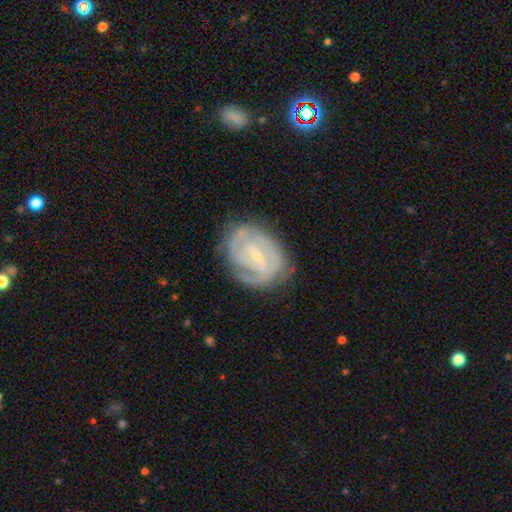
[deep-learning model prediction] featured or disk 84%, smooth 10%, star or artifact 5%. Down the decision tree: edge-on disk — no (97%); bar — weak (49%); spiral arms — yes (93%); spiral arm count — 2 (43%); spiral winding — tight (68%); bulge size — small (72%); merging — none (73%).